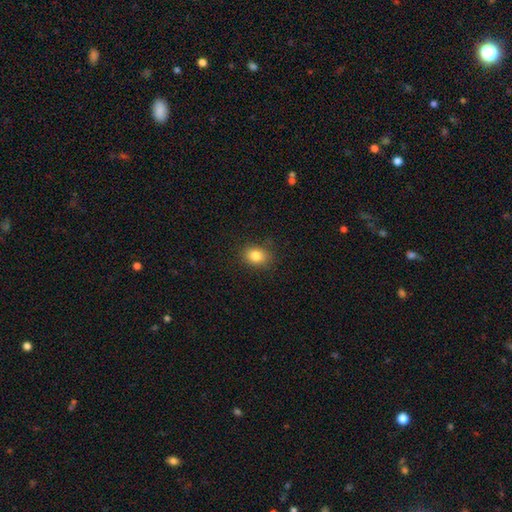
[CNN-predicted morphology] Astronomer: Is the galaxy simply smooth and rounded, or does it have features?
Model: smooth — 83%.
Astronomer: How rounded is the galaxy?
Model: in between — 54% (runner-up: round, 45%).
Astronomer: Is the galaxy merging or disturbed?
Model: none — 86%.